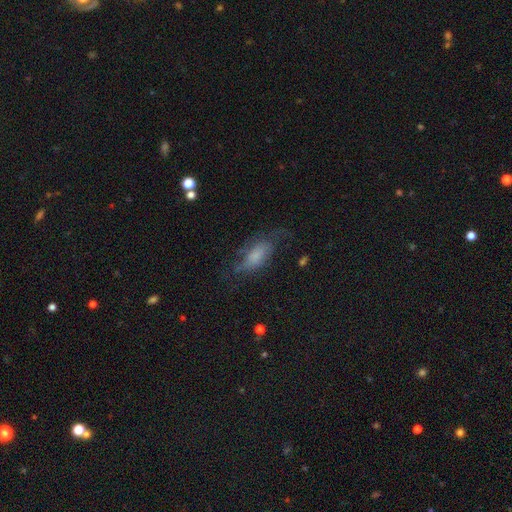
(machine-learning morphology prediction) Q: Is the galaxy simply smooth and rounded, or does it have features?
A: featured or disk — 46%.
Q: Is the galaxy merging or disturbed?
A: none — 48%.